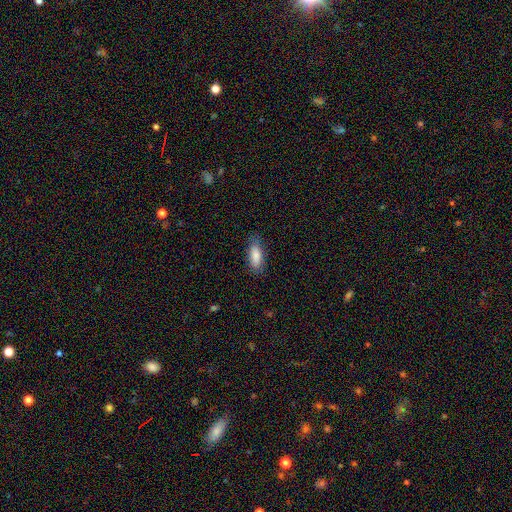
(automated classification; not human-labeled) Morphology: type=smooth (84%); roundness=in between (76%); merging=none (78%).